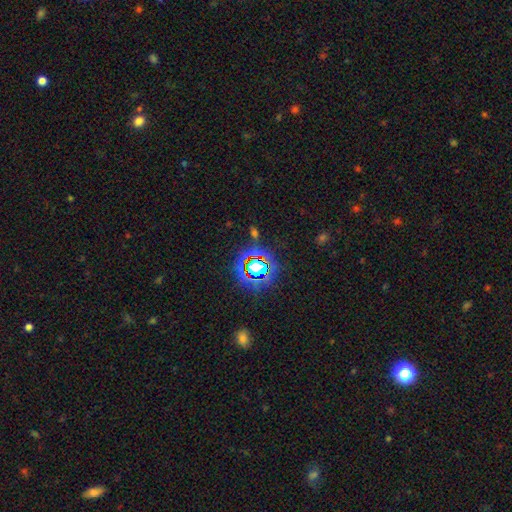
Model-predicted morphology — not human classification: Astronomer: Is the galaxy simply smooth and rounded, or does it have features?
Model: star or artifact — 76%.